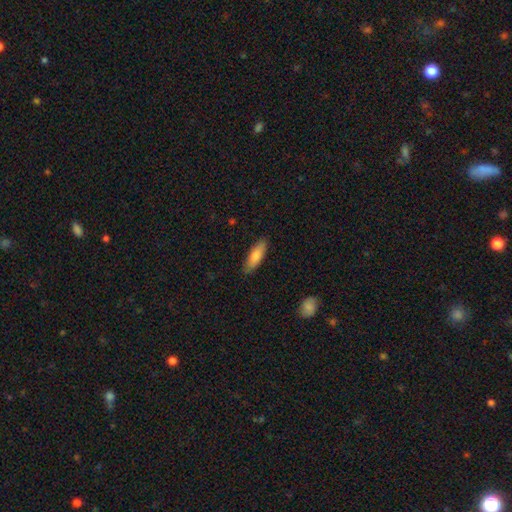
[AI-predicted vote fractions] A smooth galaxy with no disk features (82%) that is in between round and cigar-shaped (51%).

Vote fractions:
- Smooth or featured? smooth: 82% / featured or disk: 13% / star or artifact: 6%
- How rounded? in between: 51% / cigar-shaped: 47% / round: 2%
- Merging? none: 86% / minor disturbance: 10% / major disturbance: 2% / merger: 1%